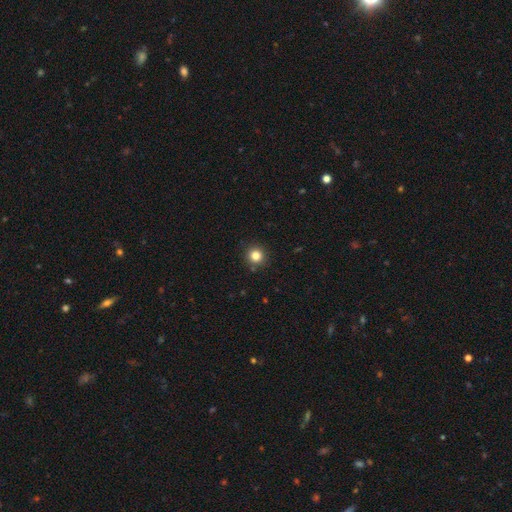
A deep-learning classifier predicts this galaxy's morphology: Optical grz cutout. It shows a smooth galaxy with no disk features (82%) that is round (94%). Merging: none (90%).